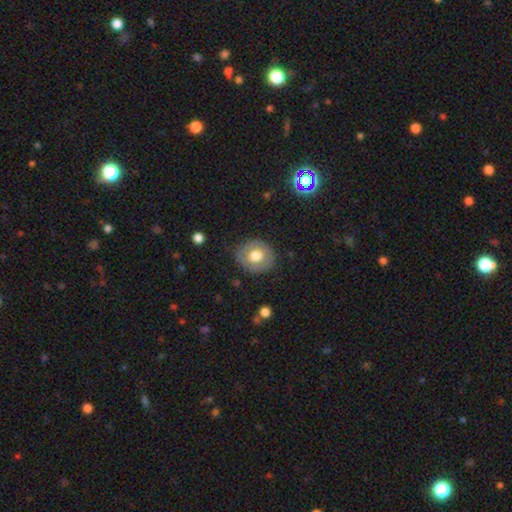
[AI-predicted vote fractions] Q: Smooth or featured?
A: smooth (63%); runner-up: featured or disk (30%)
Q: How rounded?
A: round (73%); runner-up: in between (26%)
Q: Merging?
A: none (81%); runner-up: minor disturbance (13%)